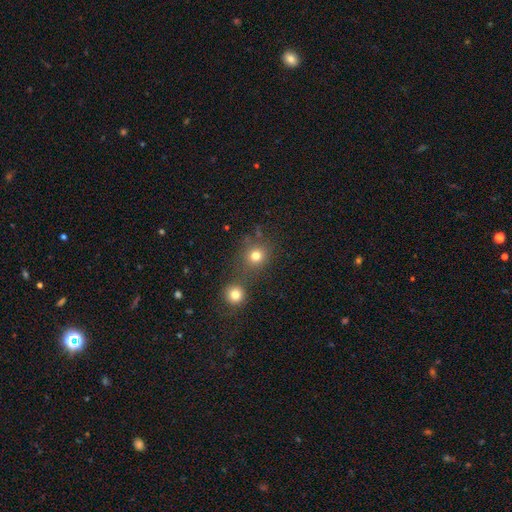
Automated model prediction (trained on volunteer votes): Smooth or featured? smooth (75%)
How rounded? round (86%)
Merging? none (65%)